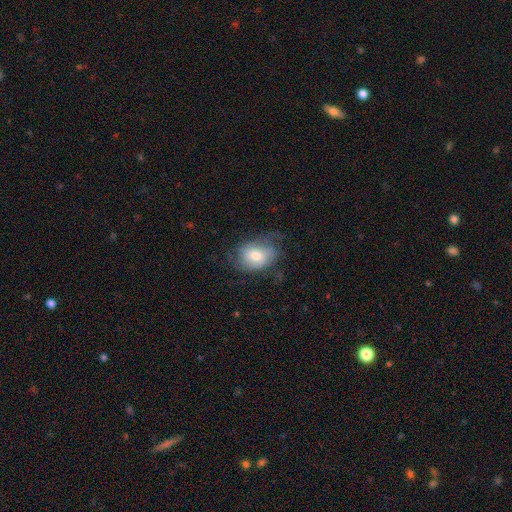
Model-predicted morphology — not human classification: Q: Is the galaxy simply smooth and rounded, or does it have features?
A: smooth — 60%.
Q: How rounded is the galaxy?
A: in between — 70%.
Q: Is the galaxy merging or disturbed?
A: none — 50%.